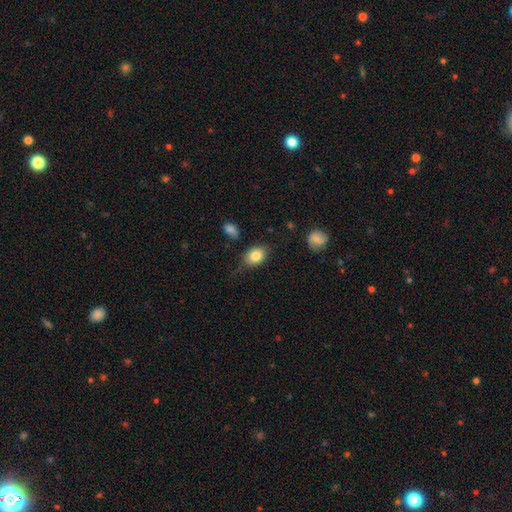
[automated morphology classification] The model was most divided on "how rounded": in between: 69%, round: 30%, cigar-shaped: 1%. More confident: smooth or featured — smooth (83%); merging — none (72%).